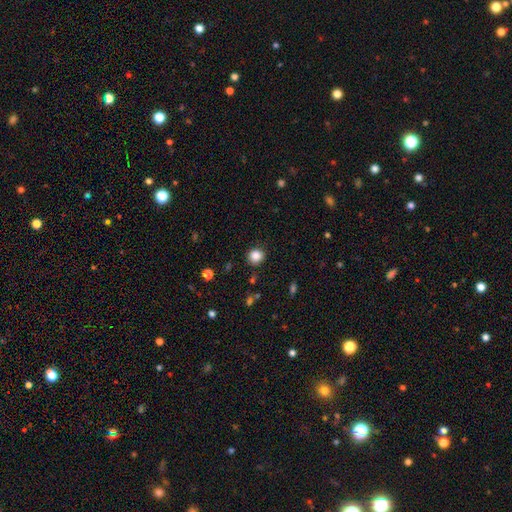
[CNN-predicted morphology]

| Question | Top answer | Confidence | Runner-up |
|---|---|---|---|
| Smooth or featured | smooth | 86% | star or artifact (10%) |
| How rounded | round | 87% | in between (12%) |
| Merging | none | 87% | minor disturbance (9%) |